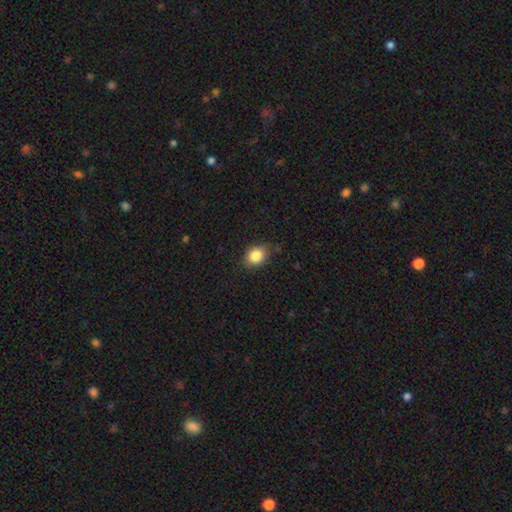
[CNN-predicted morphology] A smooth galaxy with no disk features (84%) that is in between round and cigar-shaped (55%). Merging: none (78%).